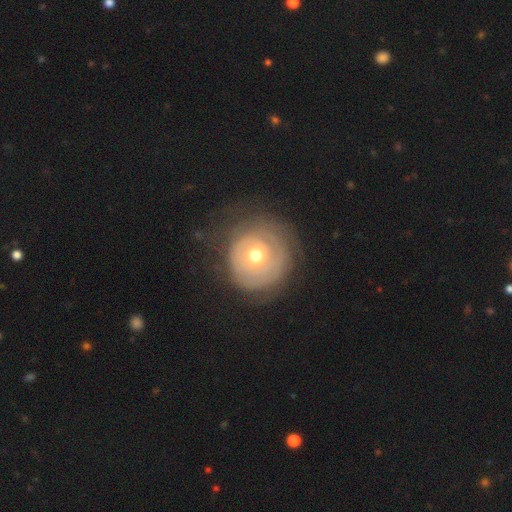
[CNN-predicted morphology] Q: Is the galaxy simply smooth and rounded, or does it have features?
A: featured or disk — 62%.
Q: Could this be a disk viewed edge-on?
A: no — 97%.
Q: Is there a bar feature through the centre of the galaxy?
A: no — 87%.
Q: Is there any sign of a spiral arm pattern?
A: yes — 58%.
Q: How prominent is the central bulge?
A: moderate — 69%.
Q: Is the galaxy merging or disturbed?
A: none — 67%.